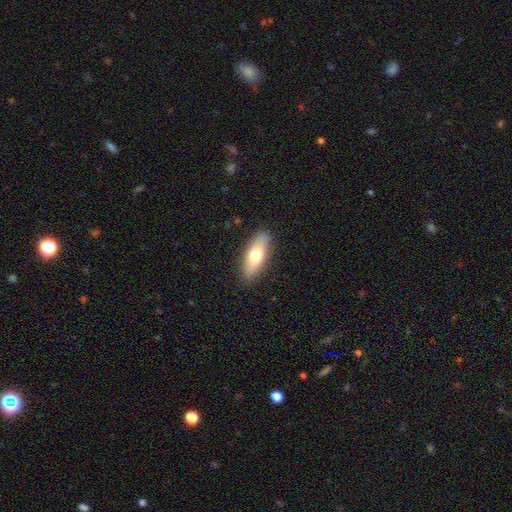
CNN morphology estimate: This appears to be a smooth galaxy with no disk features (70%) that is in between round and cigar-shaped (63%). Merging: none (88%).